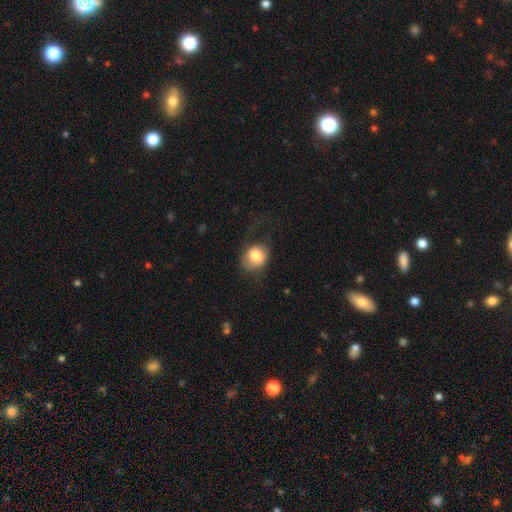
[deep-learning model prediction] Smooth or featured?
  - smooth: 75% *
  - featured or disk: 17%
  - star or artifact: 8%
How rounded?
  - round: 61% *
  - in between: 39%
  - cigar-shaped: 1%
Merging?
  - none: 48% *
  - major disturbance: 25%
  - minor disturbance: 25%
  - merger: 2%